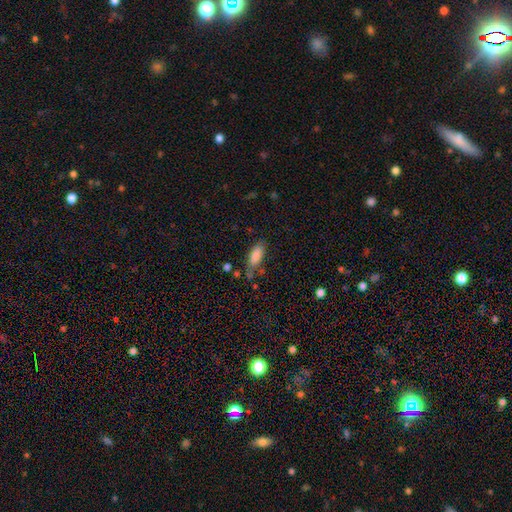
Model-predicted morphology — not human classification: A smooth galaxy with no disk features (84%) that is in between round and cigar-shaped (75%). Merging: none (60%).